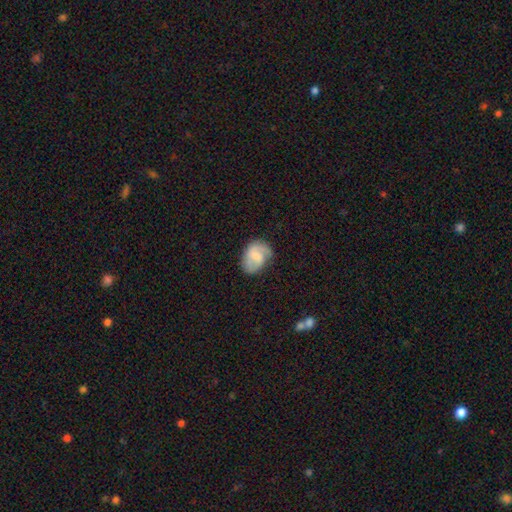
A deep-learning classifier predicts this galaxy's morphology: This appears to be a featured or disk galaxy (52%) with a weak bar (52%), spiral arms (85%) and a small central bulge (39%). Merging: none (61%).